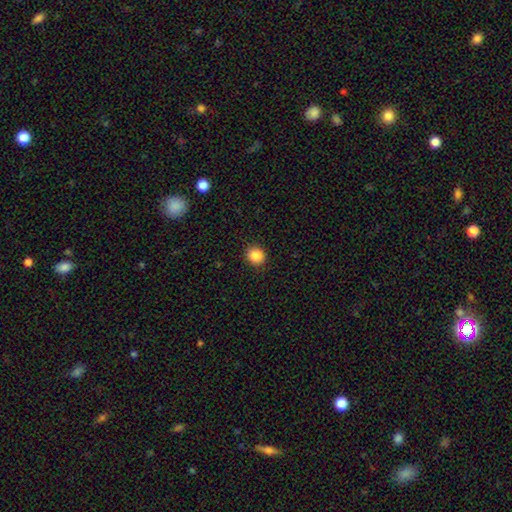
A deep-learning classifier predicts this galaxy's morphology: The model was most divided on "how rounded": round: 83%, in between: 16%, cigar-shaped: 1%. More confident: merging — none (90%); smooth or featured — smooth (88%).